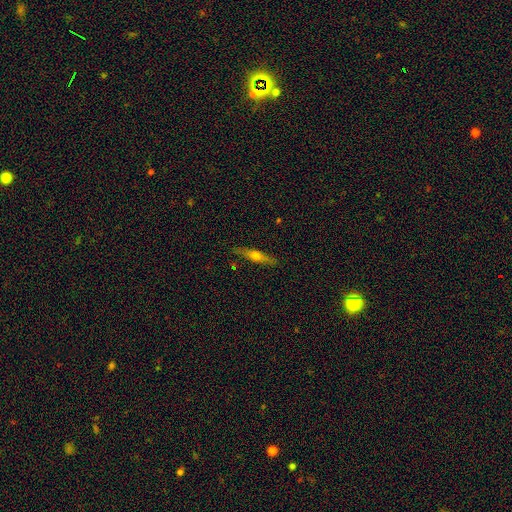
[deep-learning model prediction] A featured or disk galaxy (57%) viewed edge-on (94%) with a rounded central bulge (91%).

Vote fractions:
- Smooth or featured? featured or disk: 57% / smooth: 36% / star or artifact: 7%
- Edge-on disk? yes: 94% / no: 6%
- Edge-on bulge? rounded: 91% / none: 5% / boxy: 4%
- Merging? none: 87% / minor disturbance: 10% / major disturbance: 2% / merger: 1%